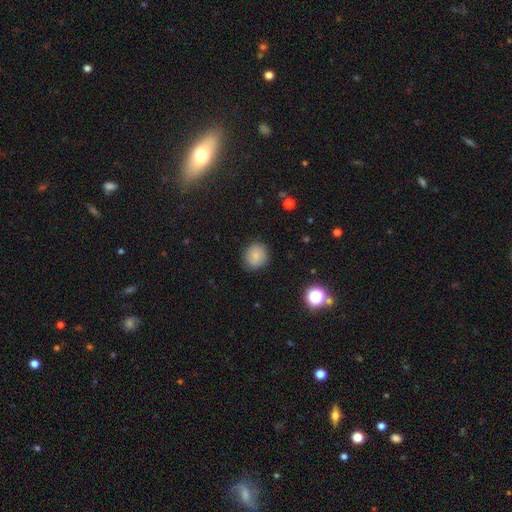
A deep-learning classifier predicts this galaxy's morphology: smooth-or-featured: smooth: 81% | star or artifact: 10% | featured or disk: 9%
  how-rounded: round: 84% | in between: 15% | cigar-shaped: 1%
  merging: none: 85% | minor disturbance: 11% | major disturbance: 3% | merger: 1%